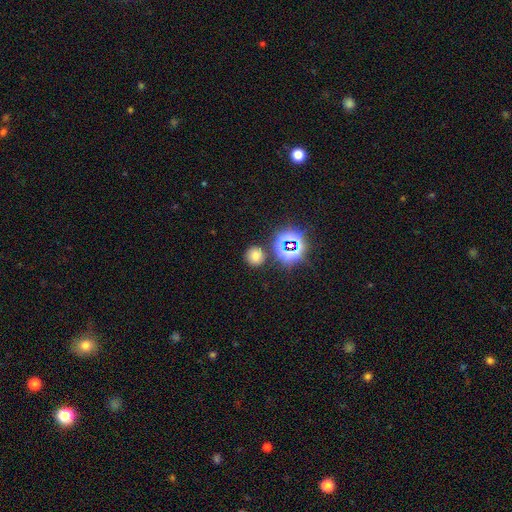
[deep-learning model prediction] This appears to be a smooth galaxy with no disk features (67%) that is round (87%). Merging: none (84%).